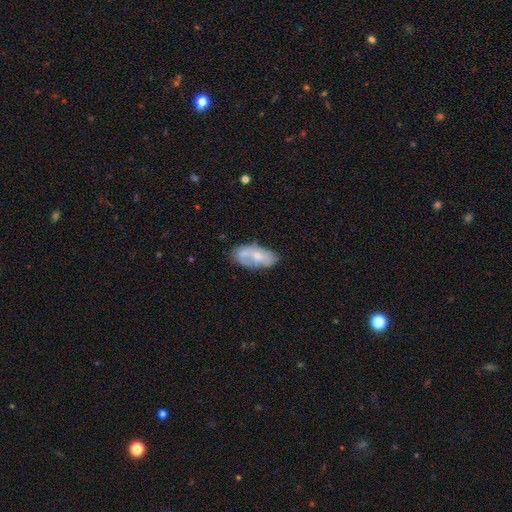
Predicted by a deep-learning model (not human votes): Smooth or featured? Predicted: featured or disk (p=0.47). Merging? Predicted: none (p=0.54).